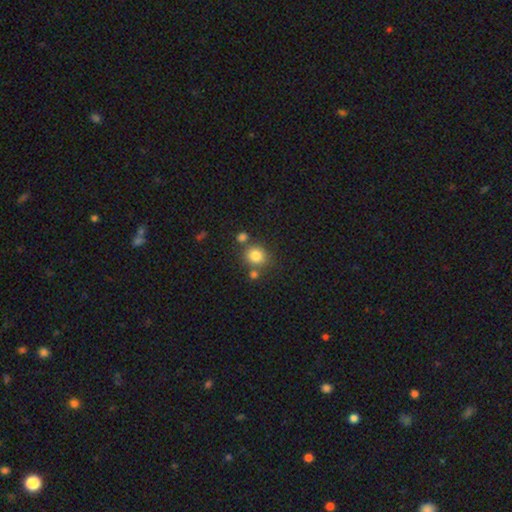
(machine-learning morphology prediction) Smooth or featured?
  - smooth: 82% *
  - star or artifact: 11%
  - featured or disk: 7%
How rounded?
  - round: 82% *
  - in between: 17%
  - cigar-shaped: 1%
Merging?
  - none: 69% *
  - merger: 16%
  - minor disturbance: 11%
  - major disturbance: 4%